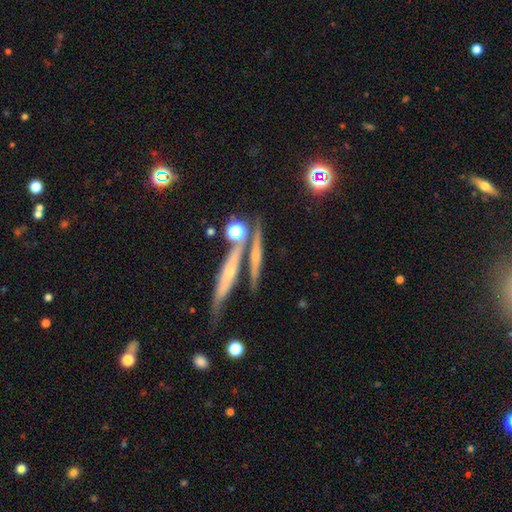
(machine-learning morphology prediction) type=featured or disk (55%); edge-on=yes (89%); merging=none (68%).